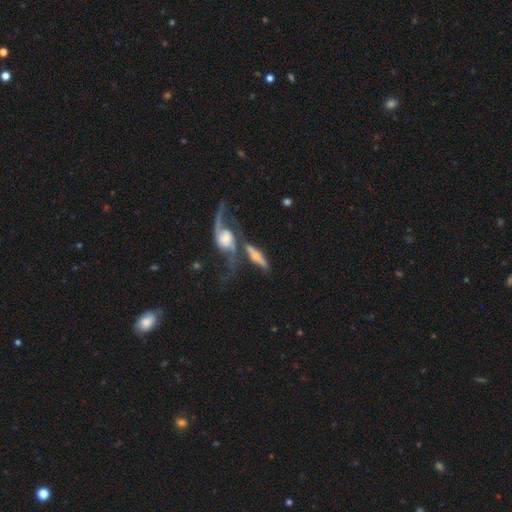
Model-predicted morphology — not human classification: This is likely a featured or disk galaxy (66%). It is possibly not viewed edge-on (52%). Merging: possibly merger (56%).